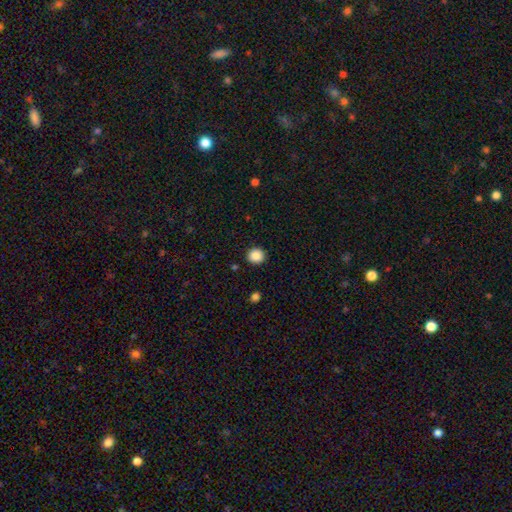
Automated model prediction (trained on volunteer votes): Morphology: type=smooth (88%); roundness=round (87%); merging=none (90%).